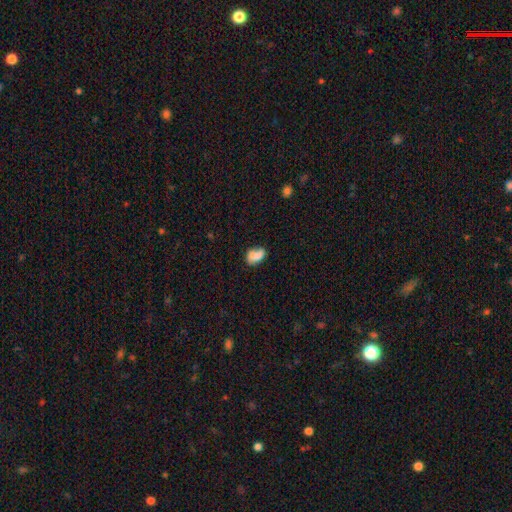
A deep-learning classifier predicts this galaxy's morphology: This is likely a smooth galaxy (69%). How rounded: clearly in between (81%). Merging: marginally none (42%).